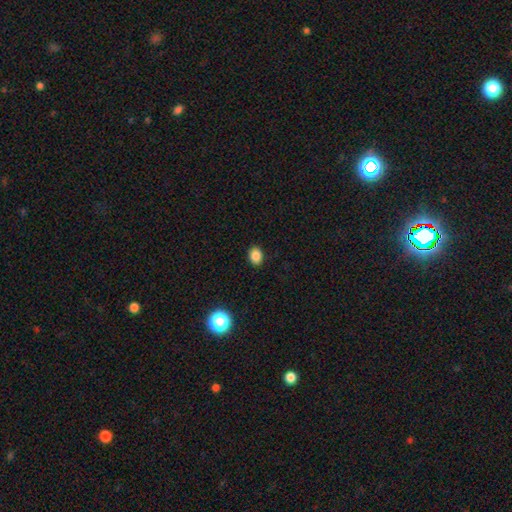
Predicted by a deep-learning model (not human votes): A smooth galaxy with no disk features (85%) that is in between round and cigar-shaped (64%).

Vote fractions:
- Smooth or featured? smooth: 85% / star or artifact: 11% / featured or disk: 4%
- How rounded? in between: 64% / round: 35% / cigar-shaped: 1%
- Merging? none: 90% / minor disturbance: 7% / major disturbance: 2% / merger: 1%